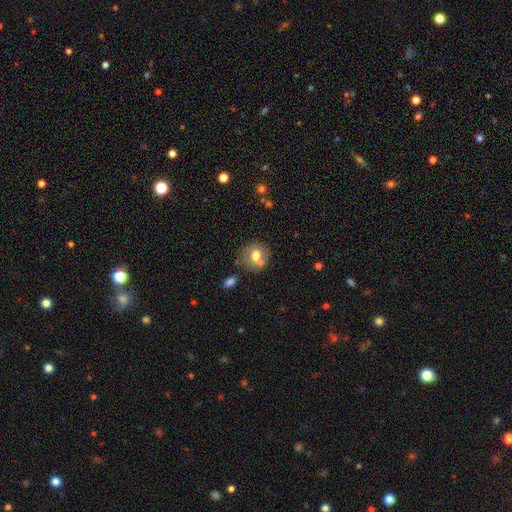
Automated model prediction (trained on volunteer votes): A smooth galaxy with no disk features (70%) that is round (80%).

Vote fractions:
- Smooth or featured? smooth: 70% / featured or disk: 20% / star or artifact: 10%
- How rounded? round: 80% / in between: 19% / cigar-shaped: 1%
- Merging? none: 61% / merger: 21% / minor disturbance: 14% / major disturbance: 4%